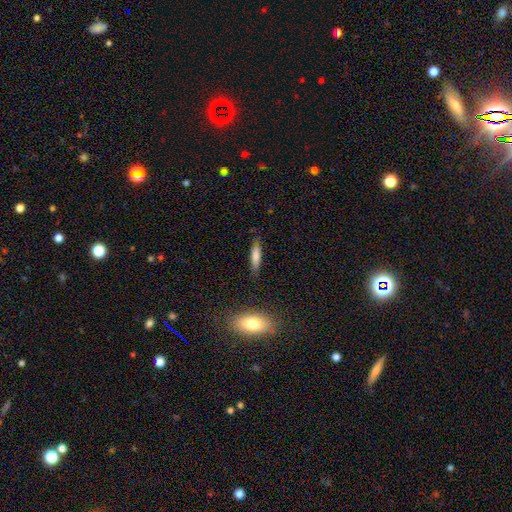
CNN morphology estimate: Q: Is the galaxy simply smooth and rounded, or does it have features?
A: smooth — 77%.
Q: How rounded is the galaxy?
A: cigar-shaped — 68%.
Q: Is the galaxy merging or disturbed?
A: none — 79%.